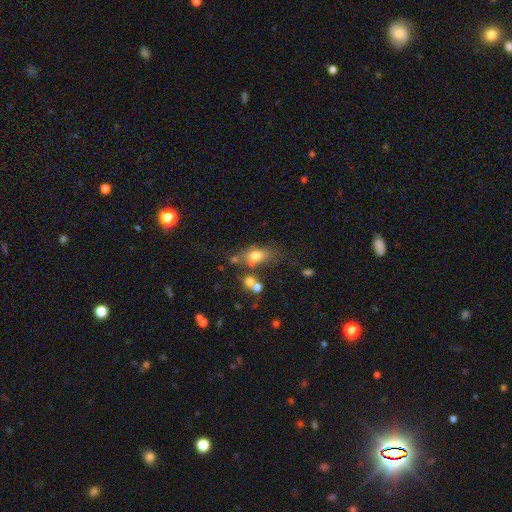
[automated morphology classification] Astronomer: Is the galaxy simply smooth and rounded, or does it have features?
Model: smooth — 70%.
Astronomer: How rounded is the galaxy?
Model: in between — 74%.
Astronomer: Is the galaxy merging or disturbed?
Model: none — 49%.